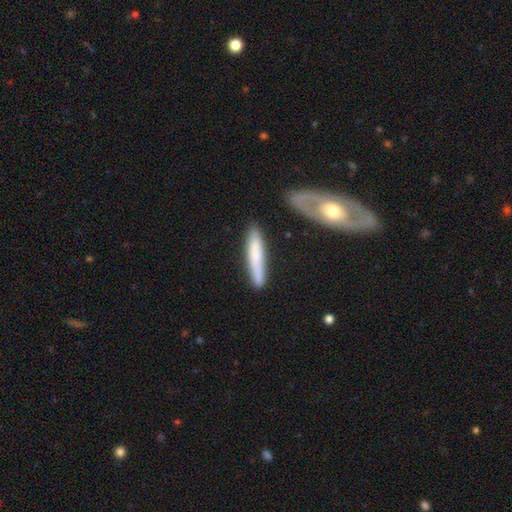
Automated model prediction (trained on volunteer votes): smooth_or_featured: smooth (p=0.65) [alt: featured or disk p=0.30]
how_rounded: cigar-shaped (p=0.90) [alt: in between p=0.08]
merging: none (p=0.80) [alt: minor disturbance p=0.12]